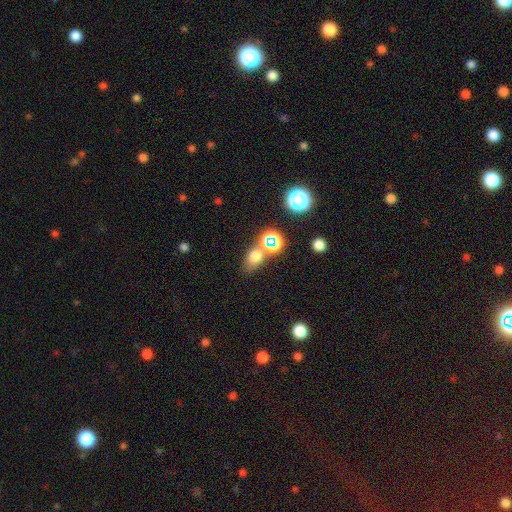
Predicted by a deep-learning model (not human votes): smooth-or-featured: smooth: 66% | star or artifact: 24% | featured or disk: 10%
  how-rounded: in between: 57% | round: 41% | cigar-shaped: 2%
  merging: none: 59% | merger: 23% | minor disturbance: 13% | major disturbance: 6%